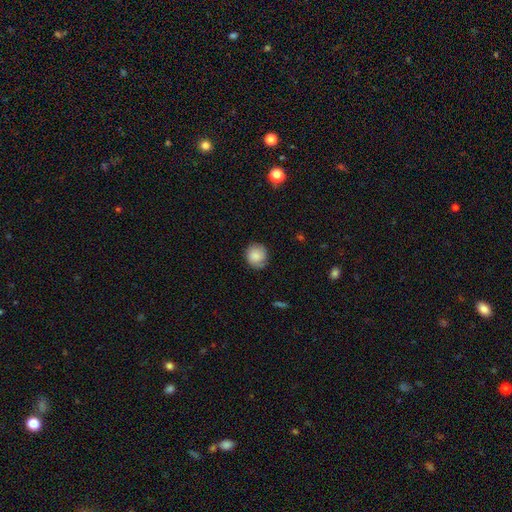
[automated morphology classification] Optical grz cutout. It shows a smooth galaxy with no disk features (80%) that is round (85%). Merging: none (75%).